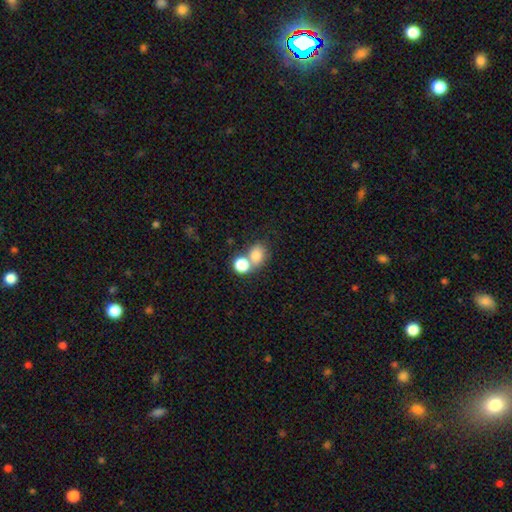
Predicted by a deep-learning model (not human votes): The model was most divided on "merging": merger: 45%, none: 42%, minor disturbance: 9%, major disturbance: 5%. More confident: smooth or featured — smooth (78%); how rounded — round (58%).